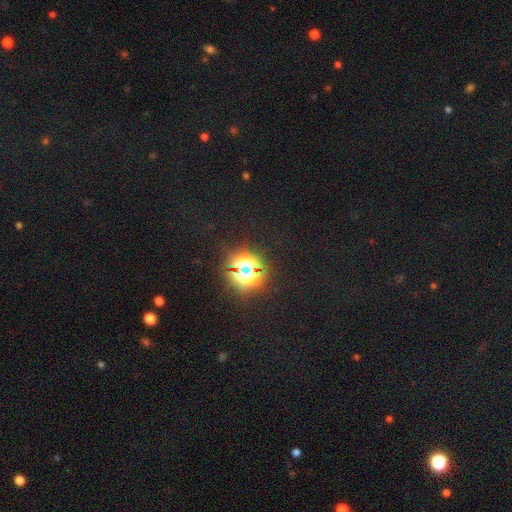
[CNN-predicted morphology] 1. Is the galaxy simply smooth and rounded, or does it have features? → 75% star or artifact, 18% smooth, 7% featured or disk.